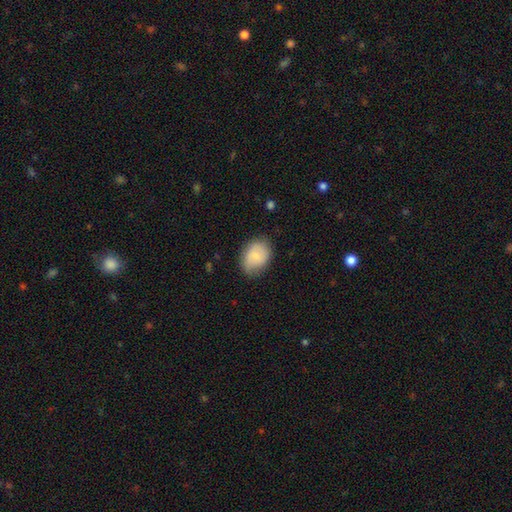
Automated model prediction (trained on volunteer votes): Q: Smooth or featured?
A: smooth (75%); runner-up: featured or disk (18%)
Q: How rounded?
A: in between (69%); runner-up: round (30%)
Q: Merging?
A: none (70%); runner-up: minor disturbance (23%)